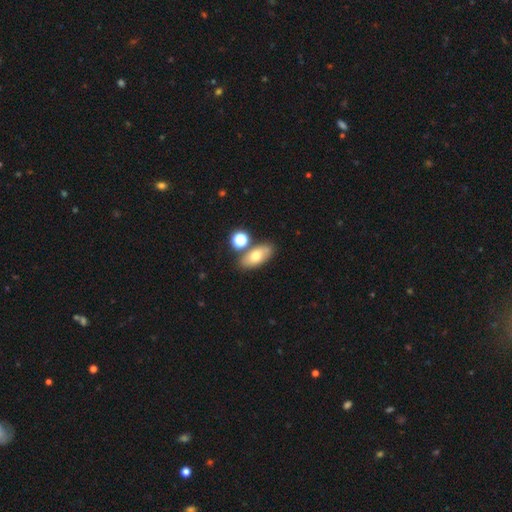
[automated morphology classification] The model was most divided on "smooth or featured": smooth: 66%, featured or disk: 23%, star or artifact: 10%. More confident: how rounded — in between (84%); merging — none (69%).